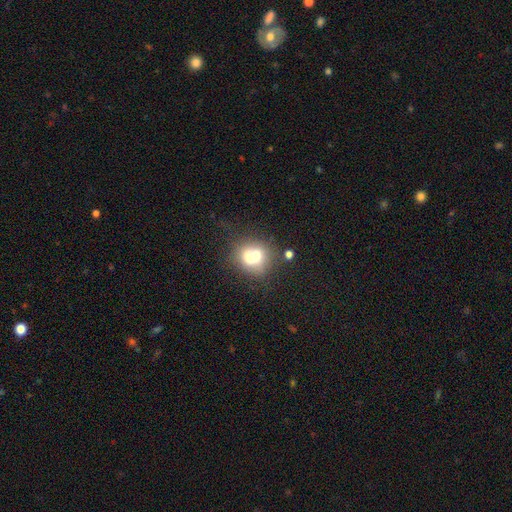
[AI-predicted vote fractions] A smooth galaxy with no disk features (63%) that is round (77%). Merging: merger (51%).